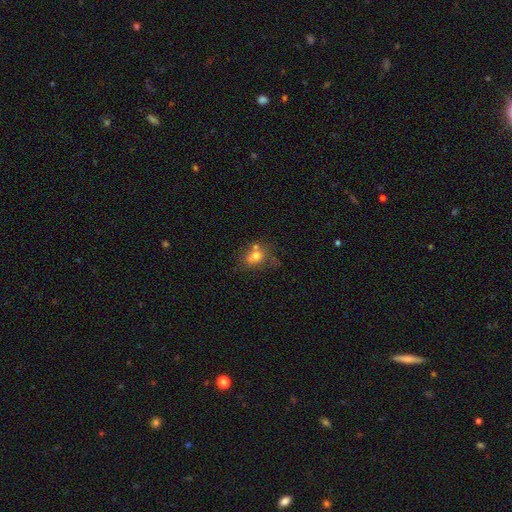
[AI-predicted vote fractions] Smooth or featured?
  - smooth: 69% *
  - featured or disk: 18%
  - star or artifact: 13%
How rounded?
  - round: 50% *
  - in between: 48%
  - cigar-shaped: 2%
Merging?
  - none: 44% *
  - merger: 31%
  - minor disturbance: 17%
  - major disturbance: 8%